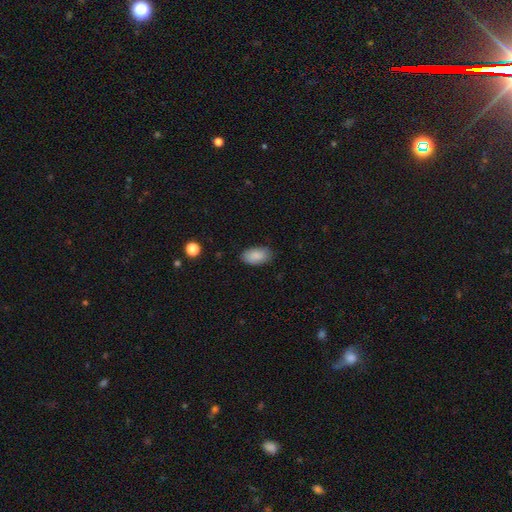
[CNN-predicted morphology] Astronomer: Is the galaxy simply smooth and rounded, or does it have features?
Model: smooth — 88%.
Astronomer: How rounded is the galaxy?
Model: in between — 94%.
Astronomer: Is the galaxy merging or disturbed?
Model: none — 83%.